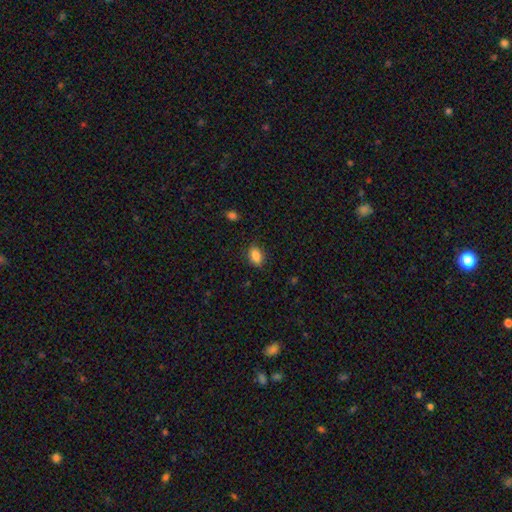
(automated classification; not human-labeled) This appears to be a smooth galaxy with no disk features (85%) that is in between round and cigar-shaped (84%). Merging: none (85%).